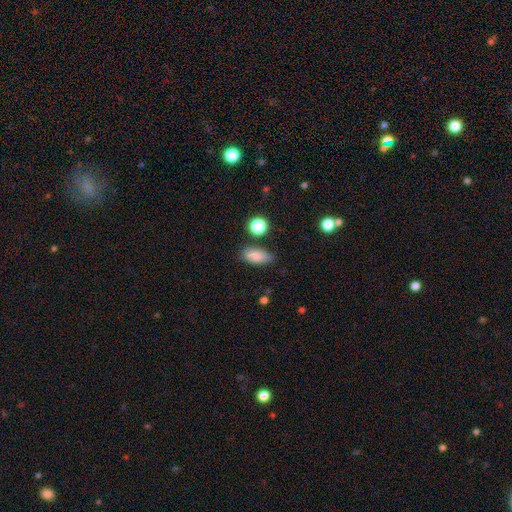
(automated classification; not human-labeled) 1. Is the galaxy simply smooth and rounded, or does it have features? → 84% smooth, 9% star or artifact, 7% featured or disk.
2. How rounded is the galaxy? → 84% in between, 10% cigar-shaped, 6% round.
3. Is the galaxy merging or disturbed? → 74% none, 18% minor disturbance, 4% merger, 4% major disturbance.